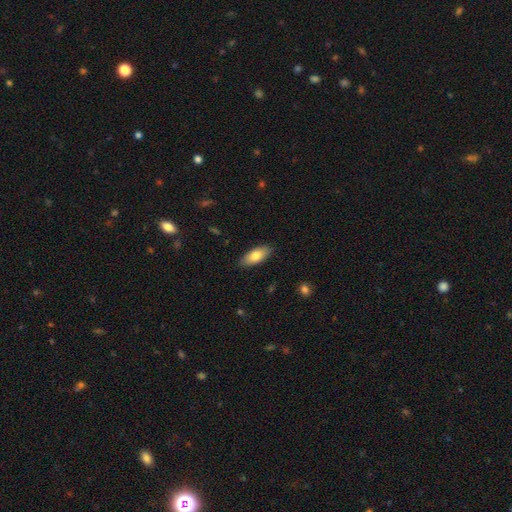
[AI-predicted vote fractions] Smooth or featured: smooth — 81% (featured or disk — 13%)
How rounded: in between — 85% (cigar-shaped — 13%)
Merging: none — 87% (minor disturbance — 10%)